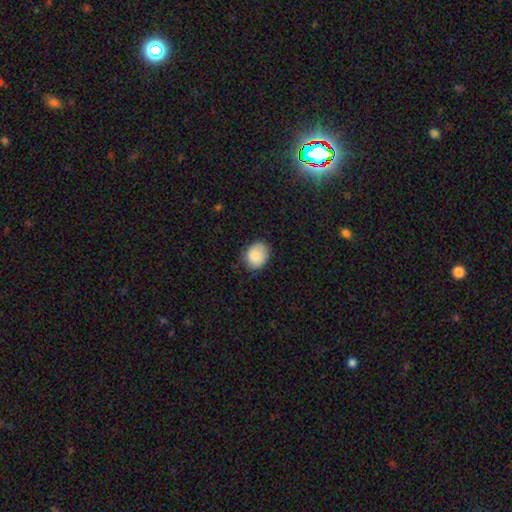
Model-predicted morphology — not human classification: smooth 87%, star or artifact 7%, featured or disk 6%. Down the decision tree: how rounded — round (57%); merging — none (75%).